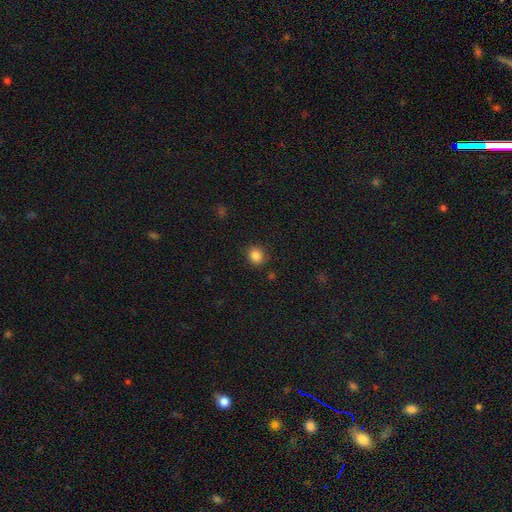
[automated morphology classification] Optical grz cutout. It shows a smooth galaxy with no disk features (85%) that is round (86%). Merging: none (88%).